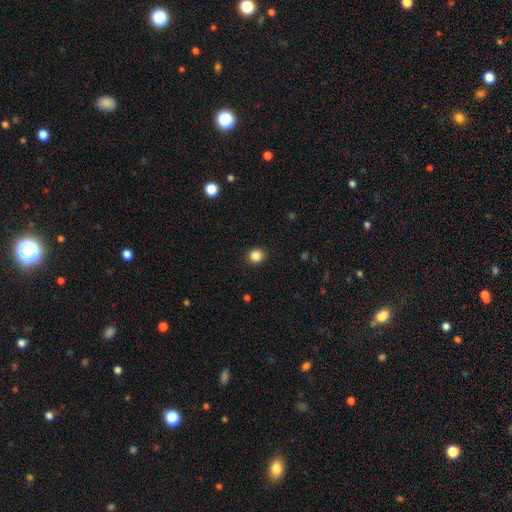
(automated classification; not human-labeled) This is clearly a smooth galaxy (86%). How rounded: clearly round (86%). Merging: clearly none (92%).